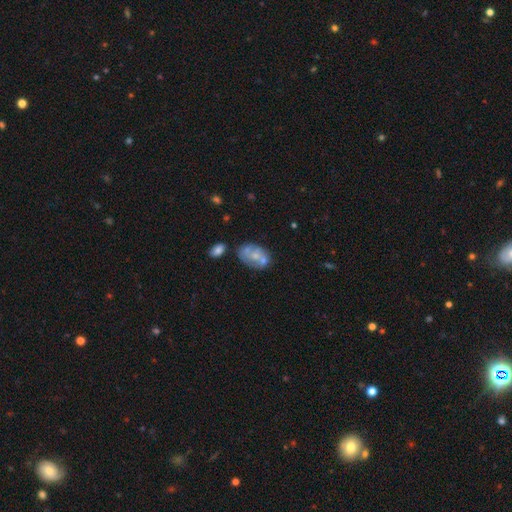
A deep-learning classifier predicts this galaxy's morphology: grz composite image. It shows a featured or disk galaxy (48%). Merging: none (42%).